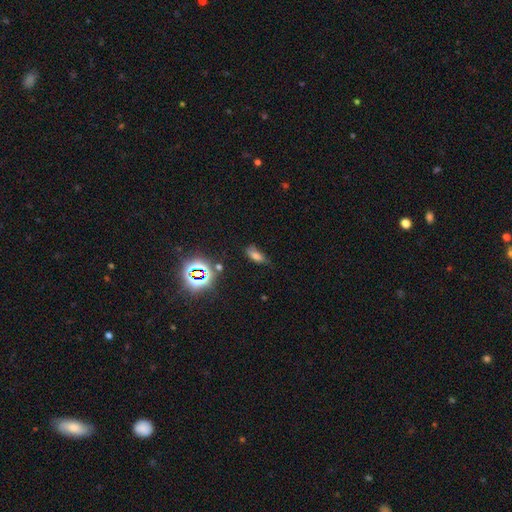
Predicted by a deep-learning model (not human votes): Overall: smooth (65%). How rounded: in between (77%). Merging: none (56%; minor disturbance 30%).